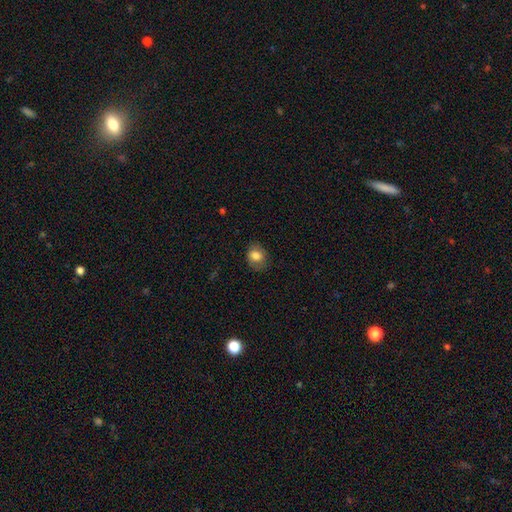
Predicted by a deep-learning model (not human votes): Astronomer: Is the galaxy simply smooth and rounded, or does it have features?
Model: smooth — 78%.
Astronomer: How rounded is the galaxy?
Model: in between — 50% (runner-up: round, 49%).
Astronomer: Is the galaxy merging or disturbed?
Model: none — 76%.